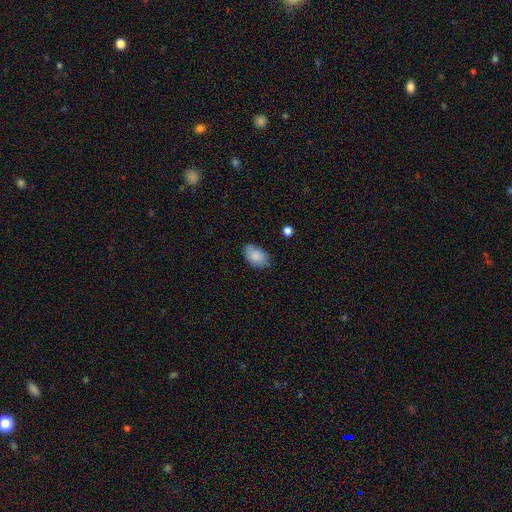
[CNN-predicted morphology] A smooth galaxy with no disk features (86%) that is in between round and cigar-shaped (90%).

Vote fractions:
- Smooth or featured? smooth: 86% / star or artifact: 7% / featured or disk: 7%
- How rounded? in between: 90% / round: 9% / cigar-shaped: 1%
- Merging? none: 73% / minor disturbance: 22% / major disturbance: 4% / merger: 2%